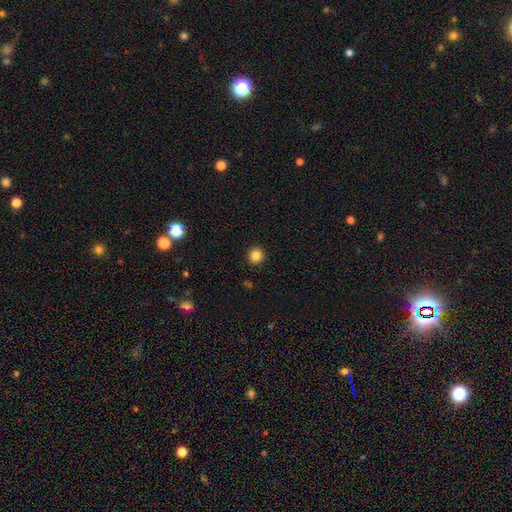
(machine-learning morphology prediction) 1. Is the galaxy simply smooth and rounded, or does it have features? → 84% smooth, 11% star or artifact, 4% featured or disk.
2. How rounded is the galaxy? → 94% round, 5% in between, 1% cigar-shaped.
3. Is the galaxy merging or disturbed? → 93% none, 5% minor disturbance, 2% major disturbance, 1% merger.